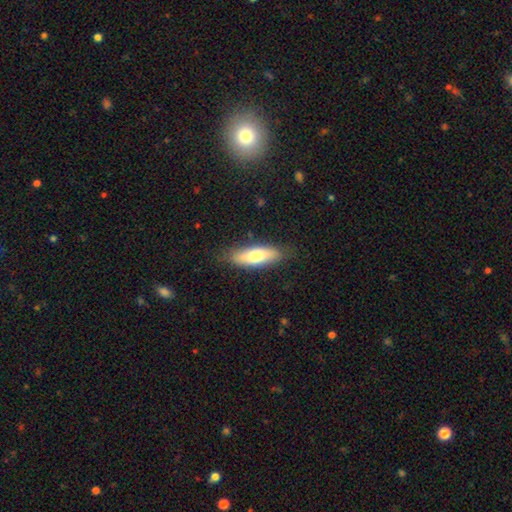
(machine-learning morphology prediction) Q: Smooth or featured?
A: smooth (72%); runner-up: featured or disk (22%)
Q: How rounded?
A: in between (55%); runner-up: cigar-shaped (42%)
Q: Merging?
A: none (82%); runner-up: minor disturbance (14%)